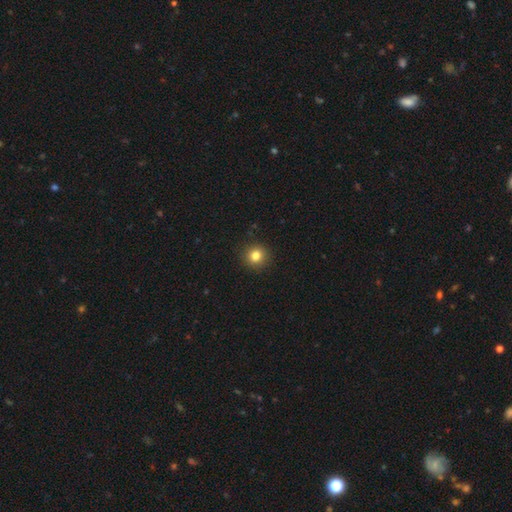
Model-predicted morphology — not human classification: Overall: smooth (82%). How rounded: round (93%). Merging: none (92%).